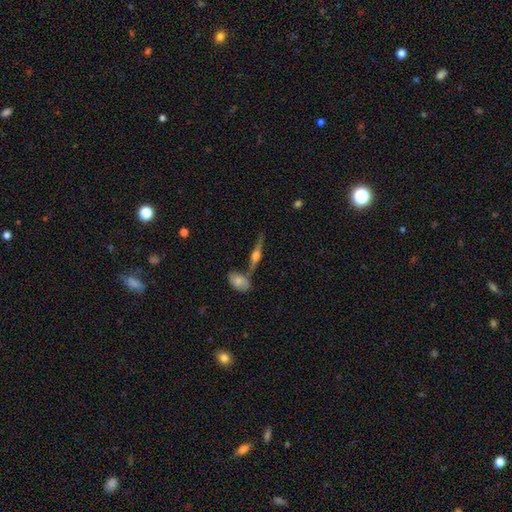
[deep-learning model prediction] Overall: featured or disk (72%). Edge-on disk: yes (96%). Edge-on bulge: rounded (93%). Merging: none (72%).